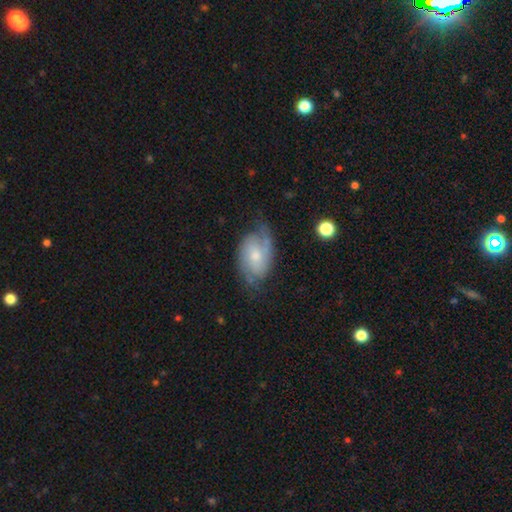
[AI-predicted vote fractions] This is likely a featured or disk galaxy (73%). It is clearly not viewed edge-on (96%). Bar: possibly no (59%). Spiral arm pattern: clearly yes (92%). Spiral arm count: likely 2 (76%). Spiral winding: possibly medium (45%). Central bulge: possibly small (49%). Merging: likely none (62%).